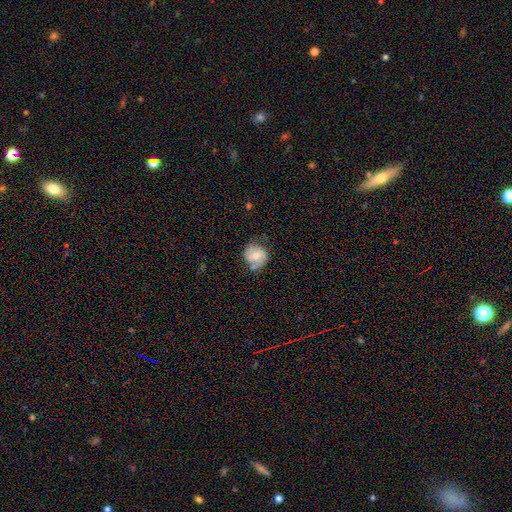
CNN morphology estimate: Overall: featured or disk (50%; smooth 43%). Merging: none (61%; minor disturbance 25%).